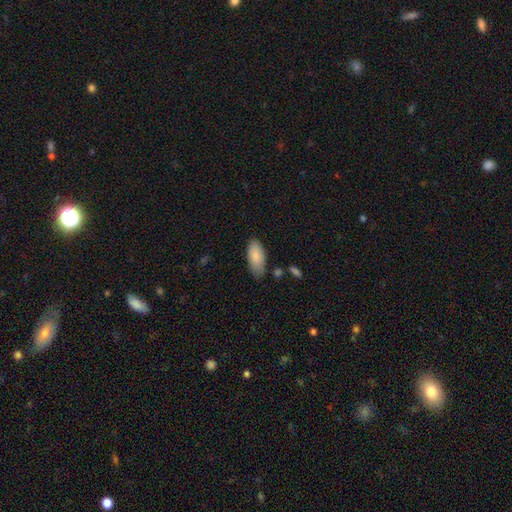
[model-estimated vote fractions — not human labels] Smooth or featured: smooth — 86% (featured or disk — 8%)
How rounded: in between — 88% (cigar-shaped — 10%)
Merging: none — 74% (minor disturbance — 20%)